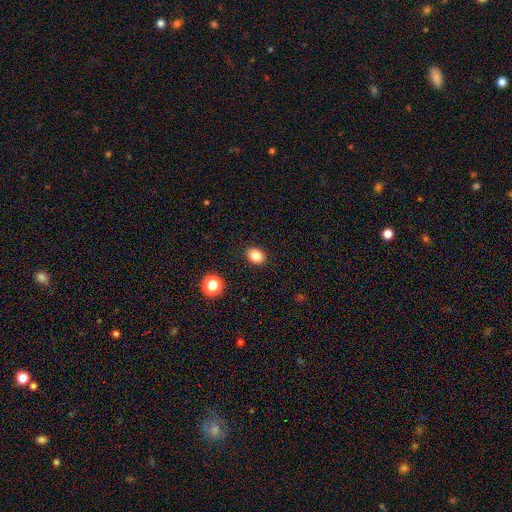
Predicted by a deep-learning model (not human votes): Overall: smooth (84%). How rounded: in between (63%; round 37%). Merging: none (89%).